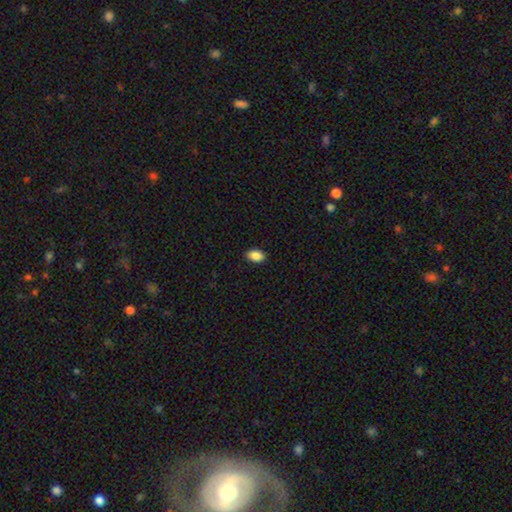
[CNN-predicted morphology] This is clearly a smooth galaxy (89%). How rounded: clearly in between (90%). Merging: clearly none (90%).